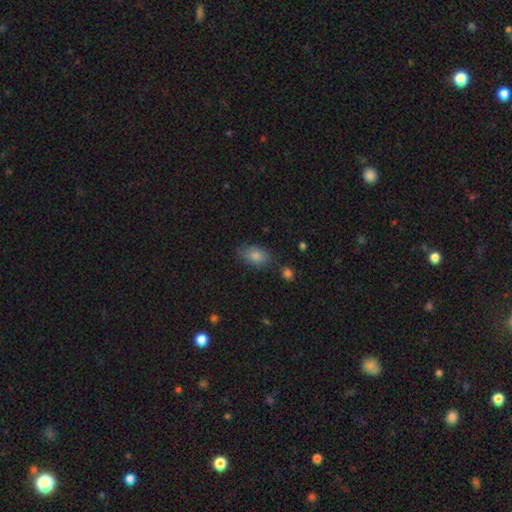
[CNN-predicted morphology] Smooth or featured? smooth (74%)
How rounded? in between (85%)
Merging? none (76%)